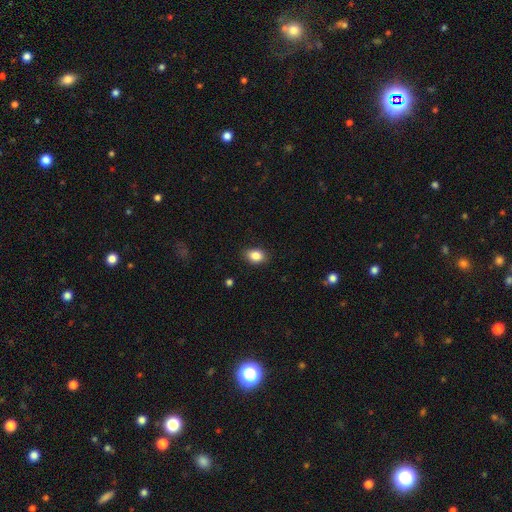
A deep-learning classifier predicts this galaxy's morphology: This is clearly a smooth galaxy (85%). How rounded: likely in between (75%). Merging: clearly none (85%).